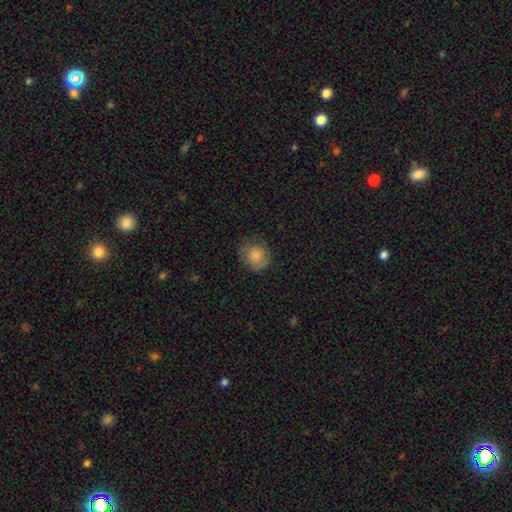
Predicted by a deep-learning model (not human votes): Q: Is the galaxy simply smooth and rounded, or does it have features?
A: smooth — 79%.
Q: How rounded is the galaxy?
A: round — 84%.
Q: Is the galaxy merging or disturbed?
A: none — 79%.